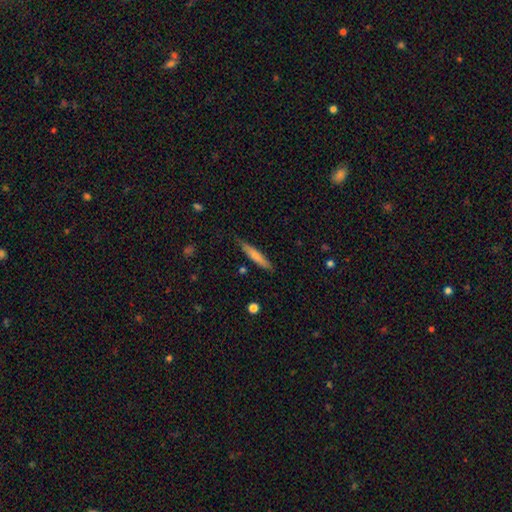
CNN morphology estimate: Smooth or featured?
  - smooth: 73% *
  - featured or disk: 22%
  - star or artifact: 6%
How rounded?
  - cigar-shaped: 90% *
  - in between: 9%
  - round: 1%
Merging?
  - none: 82% *
  - minor disturbance: 14%
  - major disturbance: 2%
  - merger: 2%